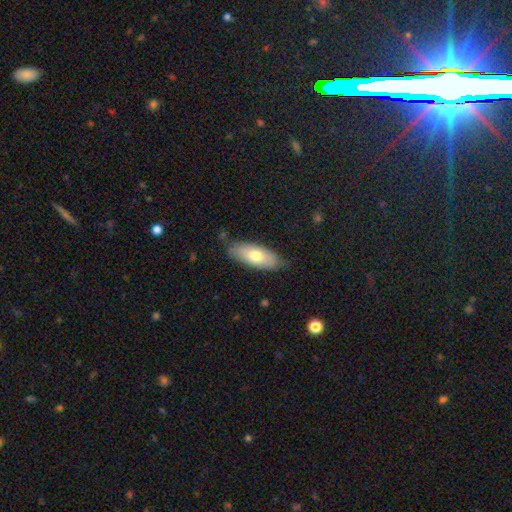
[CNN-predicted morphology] This appears to be a smooth galaxy with no disk features (69%) that is in between round and cigar-shaped (79%). Merging: none (74%).